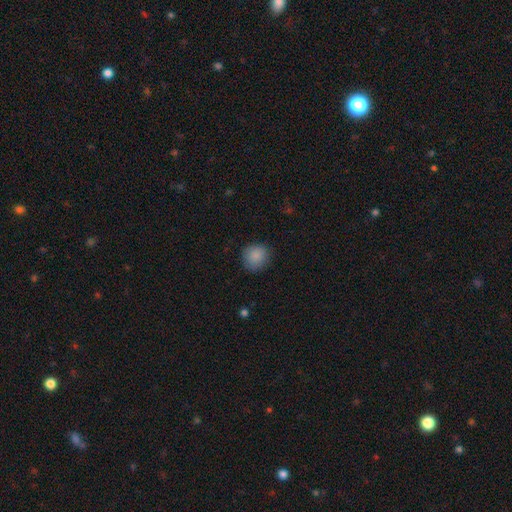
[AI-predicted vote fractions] Smooth or featured? smooth (87%)
How rounded? round (88%)
Merging? none (85%)